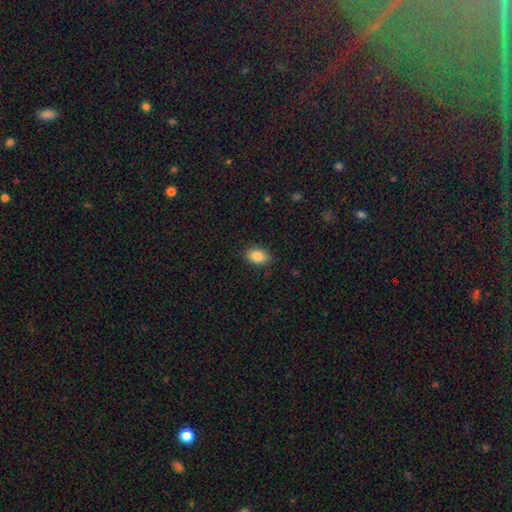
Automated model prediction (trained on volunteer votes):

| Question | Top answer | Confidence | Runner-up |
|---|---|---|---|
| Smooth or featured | smooth | 85% | star or artifact (8%) |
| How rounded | in between | 86% | round (12%) |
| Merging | none | 87% | minor disturbance (10%) |